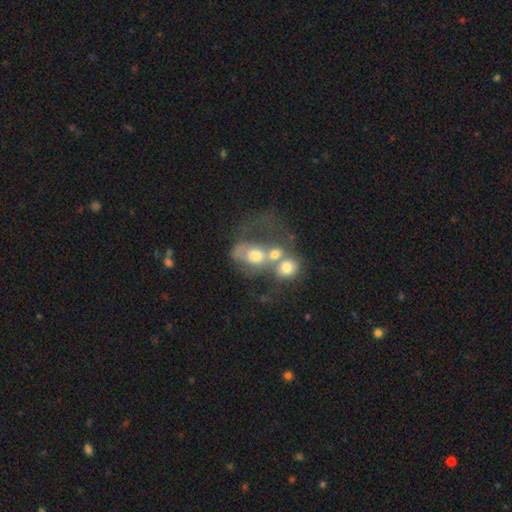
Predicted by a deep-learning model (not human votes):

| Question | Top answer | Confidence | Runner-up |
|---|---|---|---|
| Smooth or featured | smooth | 45% | featured or disk (43%) |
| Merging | merger | 65% | major disturbance (15%) |